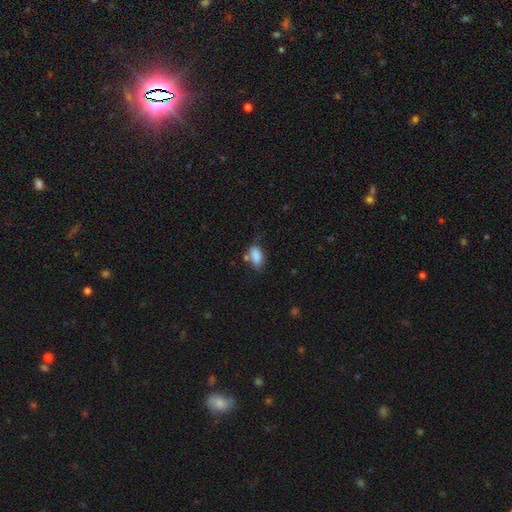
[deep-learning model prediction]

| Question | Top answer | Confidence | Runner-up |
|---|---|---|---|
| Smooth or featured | smooth | 85% | star or artifact (9%) |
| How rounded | in between | 90% | round (6%) |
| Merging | none | 51% | minor disturbance (27%) |